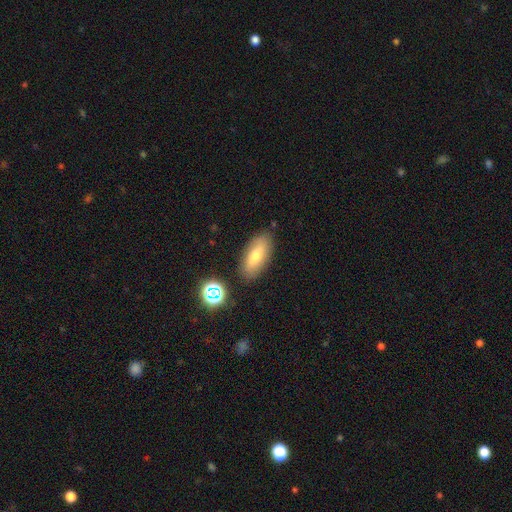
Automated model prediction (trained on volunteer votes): Smooth or featured: smooth — 65% (featured or disk — 25%)
How rounded: in between — 81% (cigar-shaped — 15%)
Merging: none — 85% (minor disturbance — 10%)